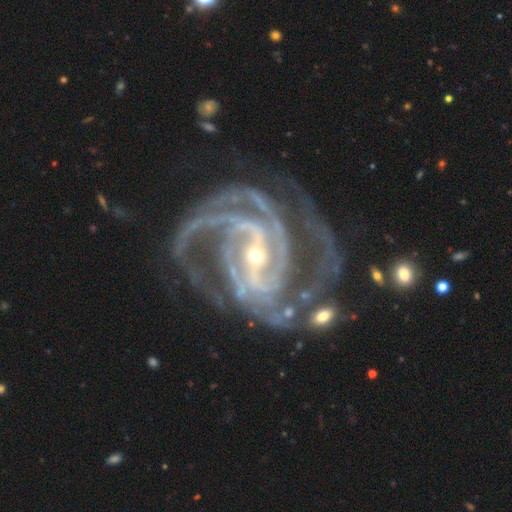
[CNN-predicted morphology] smooth_or_featured: featured or disk (p=0.94) [alt: star or artifact p=0.05]
disk_edge_on: no (p=0.98) [alt: yes p=0.02]
bar: strong (p=0.58) [alt: weak p=0.29]
has_spiral_arms: yes (p=0.99) [alt: no p=0.01]
spiral_winding: tight (p=0.51) [alt: medium p=0.42]
spiral_arm_count: 3 (p=0.31) [alt: 2 p=0.22]
bulge_size: small (p=0.71) [alt: moderate p=0.26]
merging: none (p=0.59) [alt: minor disturbance p=0.19]